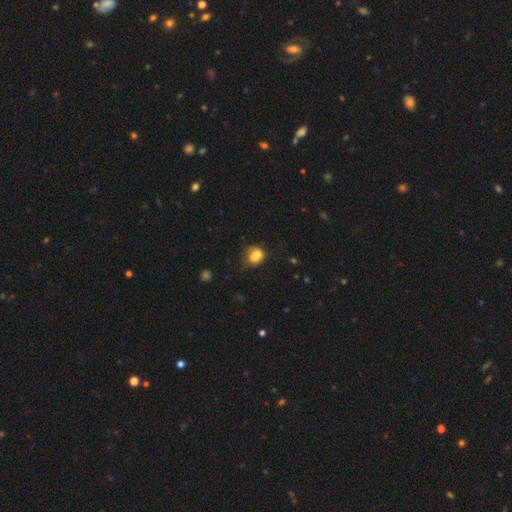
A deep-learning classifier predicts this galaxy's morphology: The model was most divided on "merging": none: 35%, merger: 31%, minor disturbance: 22%, major disturbance: 12%. More confident: smooth or featured — smooth (72%); how rounded — round (58%).